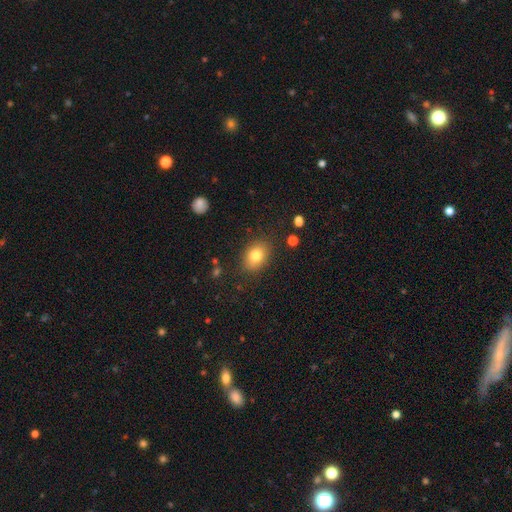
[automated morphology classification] The model was most divided on "how rounded": in between: 68%, round: 30%, cigar-shaped: 1%. More confident: merging — none (83%); smooth or featured — smooth (79%).